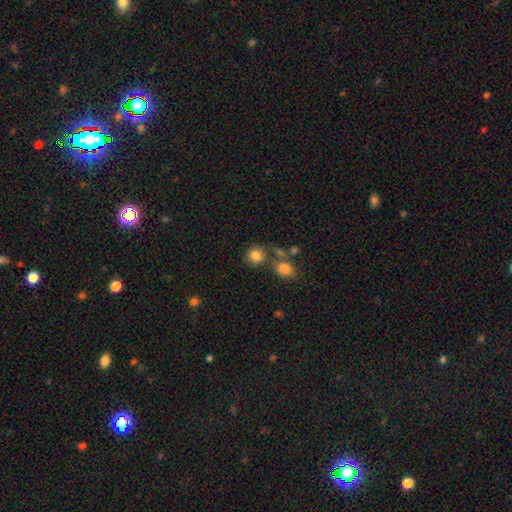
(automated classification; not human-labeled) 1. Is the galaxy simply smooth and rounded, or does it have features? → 82% smooth, 11% star or artifact, 7% featured or disk.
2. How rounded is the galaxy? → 88% round, 11% in between, 1% cigar-shaped.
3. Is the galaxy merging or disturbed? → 65% none, 20% merger, 10% minor disturbance, 5% major disturbance.